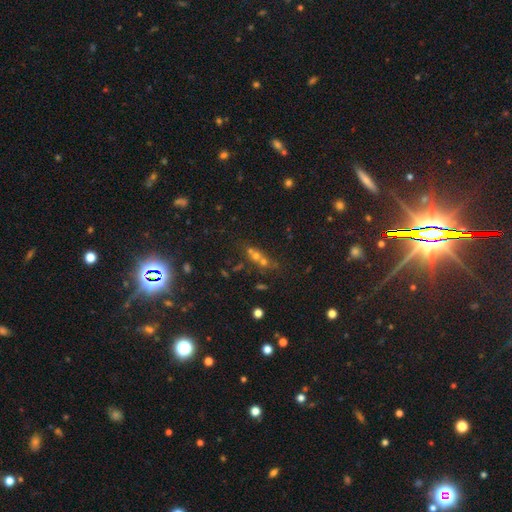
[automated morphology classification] A smooth galaxy with no disk features (42%). Merging: merger (47%).